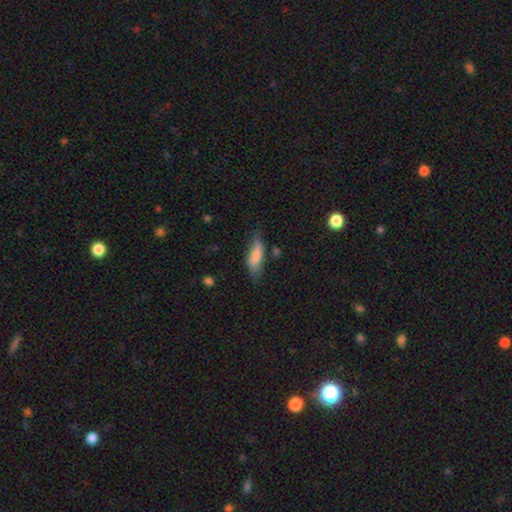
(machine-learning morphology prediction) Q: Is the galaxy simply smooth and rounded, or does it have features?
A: smooth — 76%.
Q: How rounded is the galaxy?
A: in between — 49%.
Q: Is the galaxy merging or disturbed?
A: none — 64%.